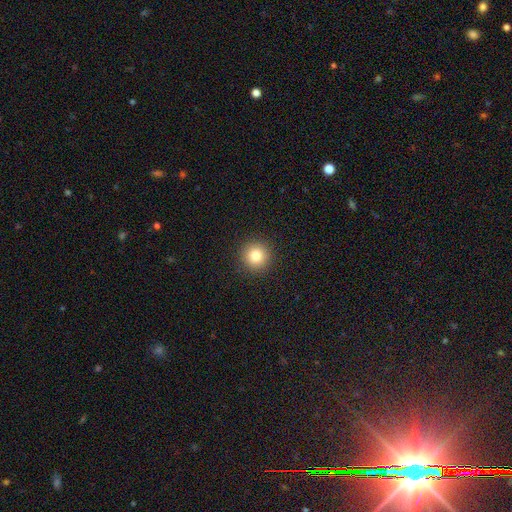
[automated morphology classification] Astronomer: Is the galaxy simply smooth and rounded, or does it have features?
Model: smooth — 81%.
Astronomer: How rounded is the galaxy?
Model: round — 95%.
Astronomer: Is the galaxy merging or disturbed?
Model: none — 92%.